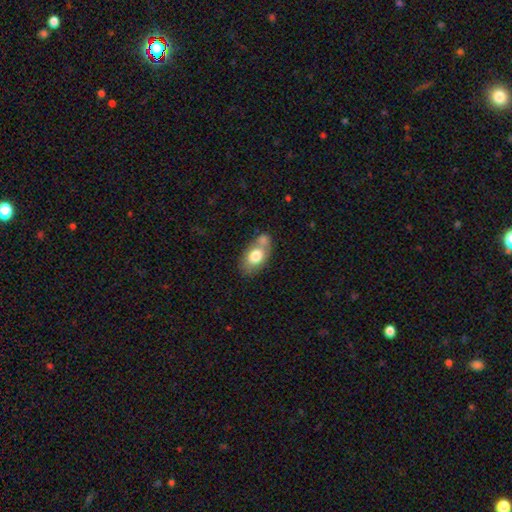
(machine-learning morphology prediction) type=smooth (74%); roundness=in between (87%); merging=none (44%).